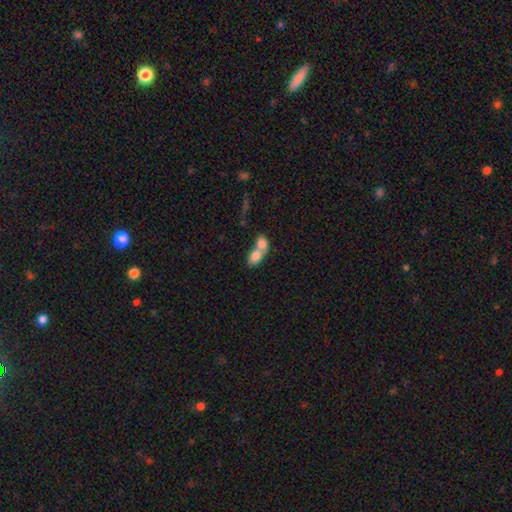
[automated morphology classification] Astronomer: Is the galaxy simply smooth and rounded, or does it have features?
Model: smooth — 78%.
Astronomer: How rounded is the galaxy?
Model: in between — 71%.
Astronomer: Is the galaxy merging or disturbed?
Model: merger — 77%.